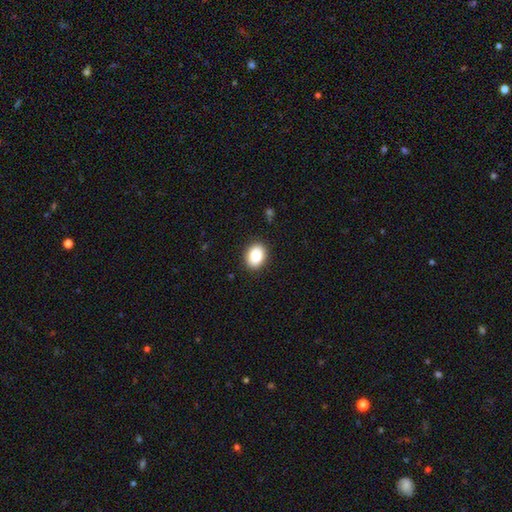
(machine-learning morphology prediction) A smooth galaxy with no disk features (86%) that is in between round and cigar-shaped (63%).

Vote fractions:
- Smooth or featured? smooth: 86% / star or artifact: 8% / featured or disk: 6%
- How rounded? in between: 63% / round: 36% / cigar-shaped: 1%
- Merging? none: 89% / minor disturbance: 8% / major disturbance: 2% / merger: 1%